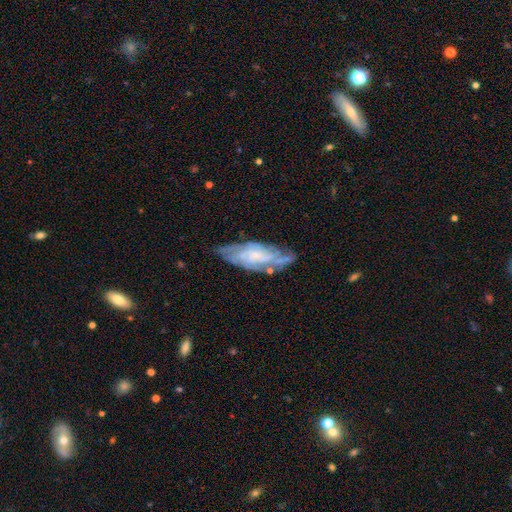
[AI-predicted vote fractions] A featured or disk galaxy (77%) with no bar (60%), tight (52%) spiral arms (91%) and a small central bulge (65%).

Vote fractions:
- Smooth or featured? featured or disk: 77% / smooth: 16% / star or artifact: 7%
- Edge-on disk? no: 86% / yes: 14%
- Bar? no: 60% / weak: 32% / strong: 8%
- Spiral arms? yes: 91% / no: 9%
- Spiral winding? tight: 52% / medium: 37% / loose: 11%
- Spiral arm count? can't tell: 40% / 2: 26% / 3: 16% / 4: 10% / more than 4: 4% / 1: 4%
- Bulge size? small: 65% / moderate: 18% / none: 13% / large: 2% / dominant: 1%
- Merging? none: 68% / minor disturbance: 22% / major disturbance: 8% / merger: 2%